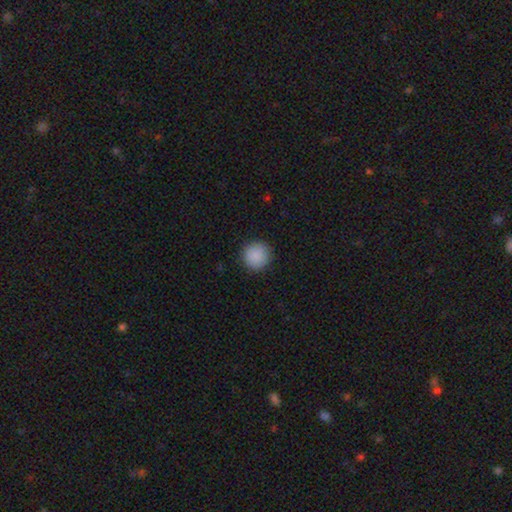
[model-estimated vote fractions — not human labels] Smooth or featured? Predicted: smooth (p=0.89). How rounded? Predicted: round (p=0.95). Merging? Predicted: none (p=0.91).